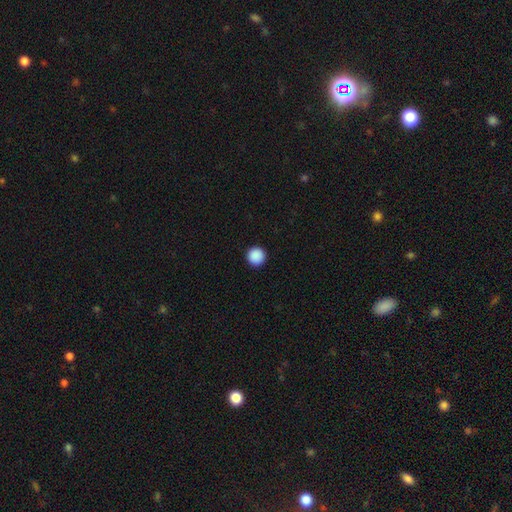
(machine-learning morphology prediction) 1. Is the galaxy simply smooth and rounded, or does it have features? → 89% smooth, 9% star or artifact, 2% featured or disk.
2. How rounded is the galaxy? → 97% round, 2% in between, 1% cigar-shaped.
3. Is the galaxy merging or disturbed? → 94% none, 4% minor disturbance, 1% major disturbance, 1% merger.